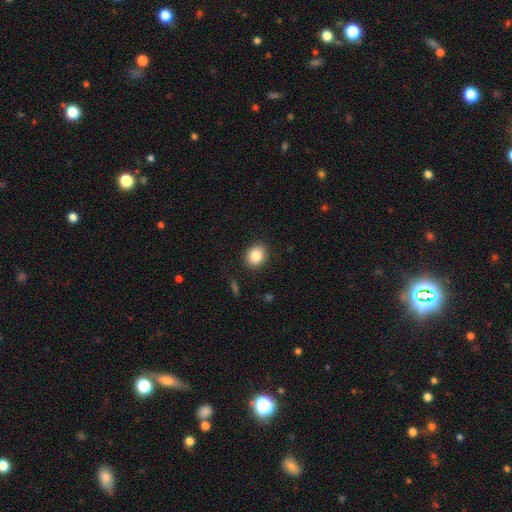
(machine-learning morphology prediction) Q: Smooth or featured?
A: smooth (85%); runner-up: star or artifact (9%)
Q: How rounded?
A: round (59%); runner-up: in between (40%)
Q: Merging?
A: none (89%); runner-up: minor disturbance (8%)